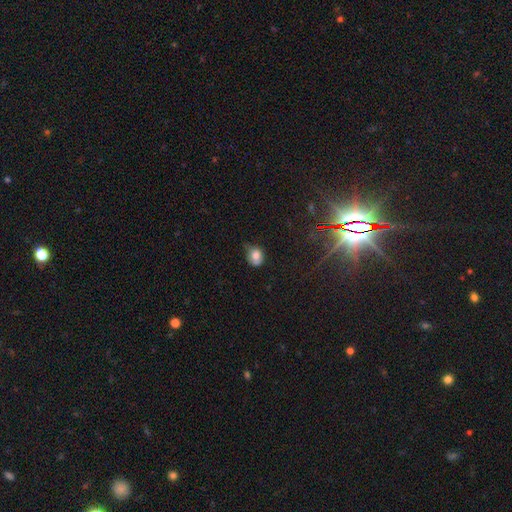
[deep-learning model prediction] smooth 76%, featured or disk 12%, star or artifact 12%. Down the decision tree: how rounded — round (58%); merging — minor disturbance (42%).